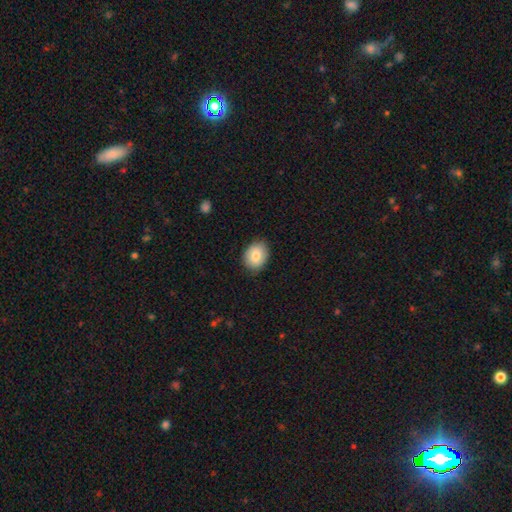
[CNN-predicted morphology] This is likely a smooth galaxy (79%). How rounded: possibly in between (58%). Merging: clearly none (84%).